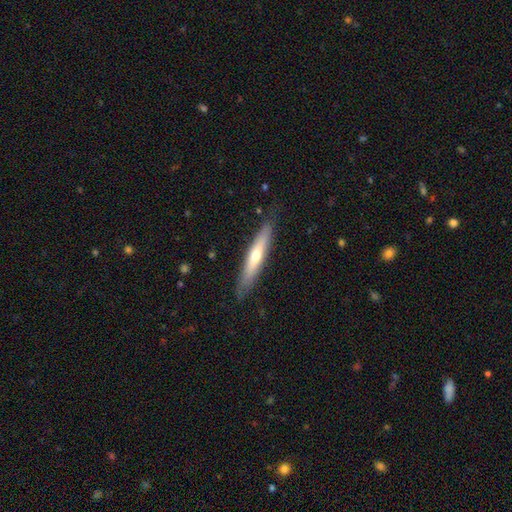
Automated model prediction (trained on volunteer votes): Smooth or featured? Predicted: smooth (p=0.48). Merging? Predicted: none (p=0.85).